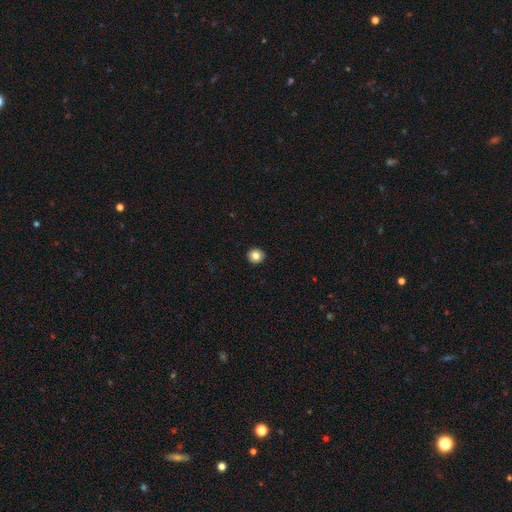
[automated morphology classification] smooth 82%, star or artifact 10%, featured or disk 8%. Down the decision tree: how rounded — round (91%); merging — none (93%).